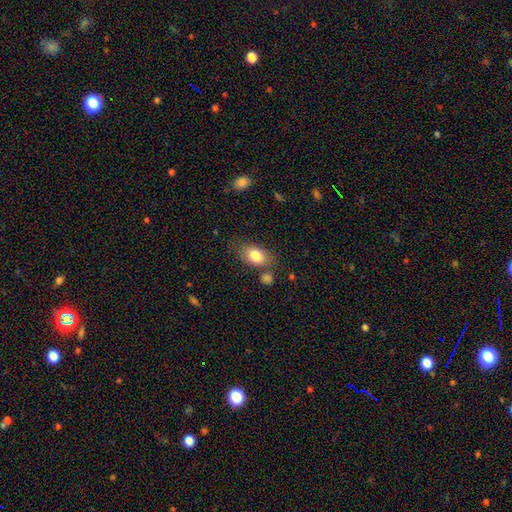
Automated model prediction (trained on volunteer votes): A smooth galaxy with no disk features (81%) that is in between round and cigar-shaped (84%).

Vote fractions:
- Smooth or featured? smooth: 81% / featured or disk: 12% / star or artifact: 8%
- How rounded? in between: 84% / round: 14% / cigar-shaped: 2%
- Merging? none: 67% / minor disturbance: 18% / merger: 9% / major disturbance: 6%